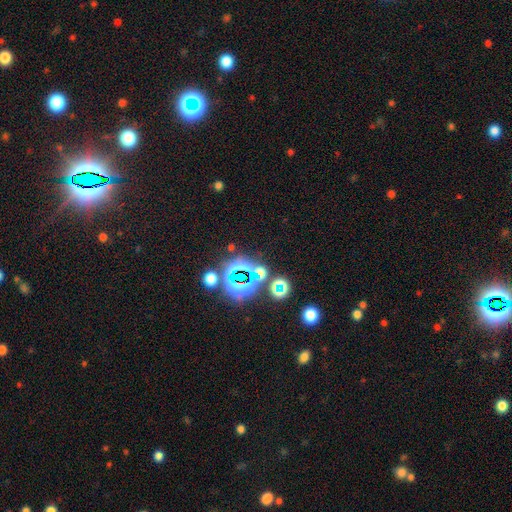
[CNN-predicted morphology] star or artifact 82%, smooth 10%, featured or disk 7%.